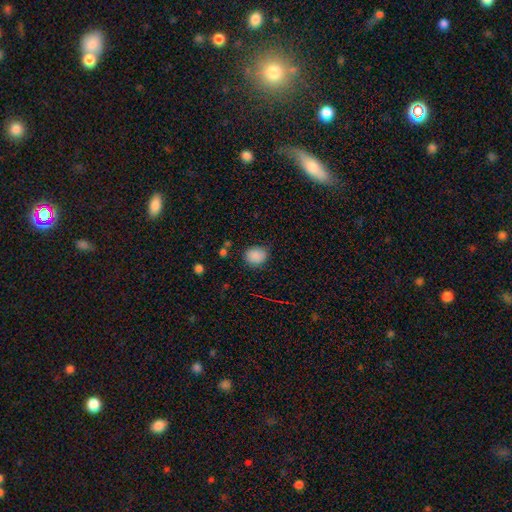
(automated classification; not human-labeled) This is clearly a smooth galaxy (86%). How rounded: likely round (70%). Merging: likely none (77%).